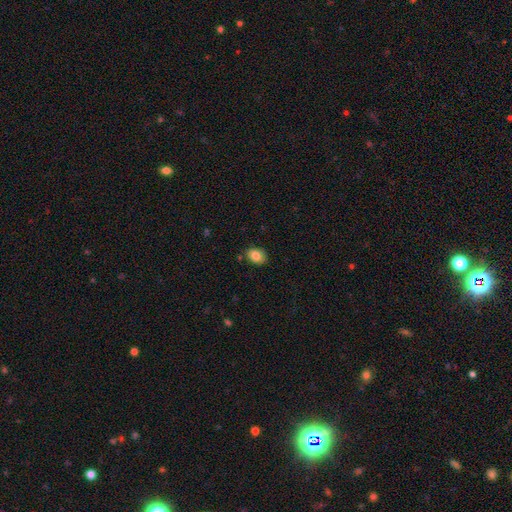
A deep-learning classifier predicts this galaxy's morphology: smooth-or-featured: smooth: 84% | star or artifact: 9% | featured or disk: 7%
  how-rounded: in between: 69% | round: 30% | cigar-shaped: 1%
  merging: none: 84% | minor disturbance: 12% | major disturbance: 2% | merger: 2%